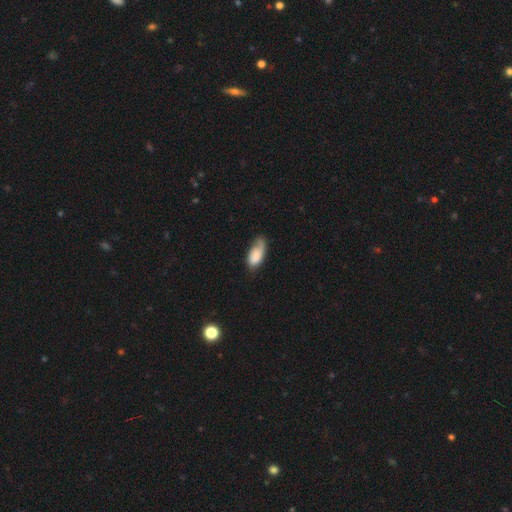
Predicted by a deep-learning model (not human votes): smooth 74%, featured or disk 20%, star or artifact 7%. Down the decision tree: how rounded — in between (91%); merging — none (44%).